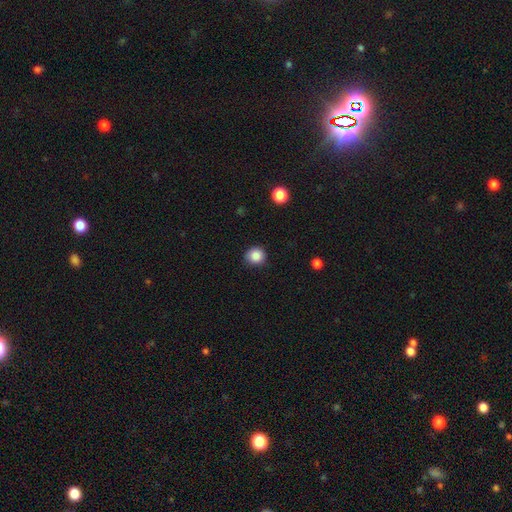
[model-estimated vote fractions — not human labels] Morphology: type=smooth (87%); roundness=round (89%); merging=none (86%).